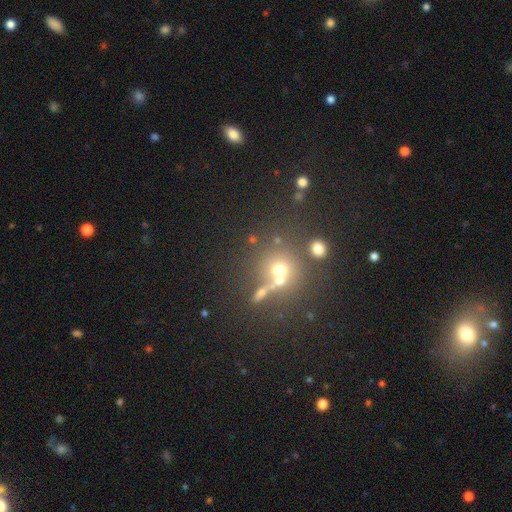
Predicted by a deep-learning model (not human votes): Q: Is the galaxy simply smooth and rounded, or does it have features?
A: star or artifact — 48%.